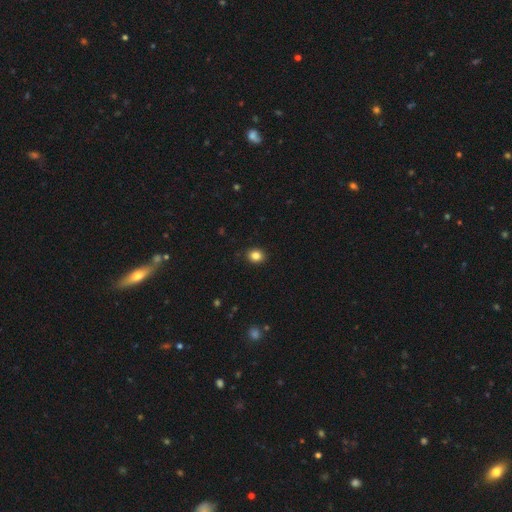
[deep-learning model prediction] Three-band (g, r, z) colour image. It shows a smooth galaxy with no disk features (85%) that is round (65%). Merging: none (91%).